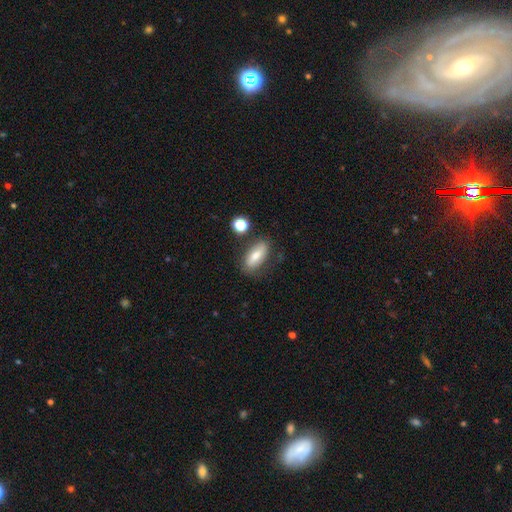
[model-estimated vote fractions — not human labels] A smooth galaxy with no disk features (70%) that is in between round and cigar-shaped (79%).

Vote fractions:
- Smooth or featured? smooth: 70% / featured or disk: 21% / star or artifact: 8%
- How rounded? in between: 79% / cigar-shaped: 17% / round: 4%
- Merging? none: 74% / minor disturbance: 16% / major disturbance: 5% / merger: 5%